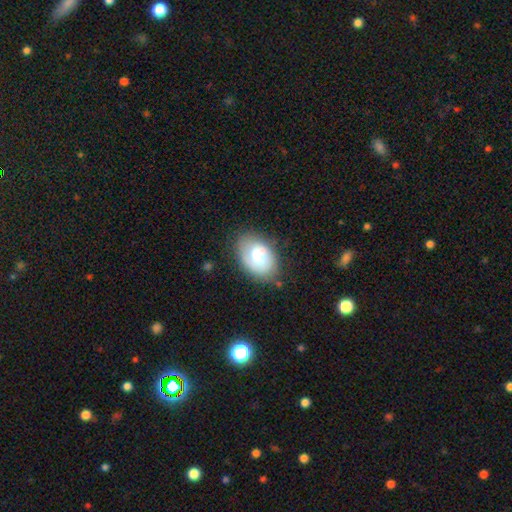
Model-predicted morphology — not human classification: Smooth or featured? smooth (51%)
How rounded? in between (86%)
Merging? none (66%)